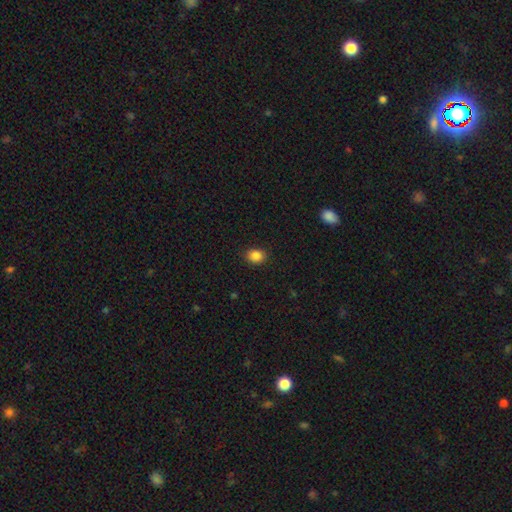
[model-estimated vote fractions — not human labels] Smooth or featured: smooth — 86% (star or artifact — 10%)
How rounded: round — 51% (in between — 48%)
Merging: none — 89% (minor disturbance — 8%)